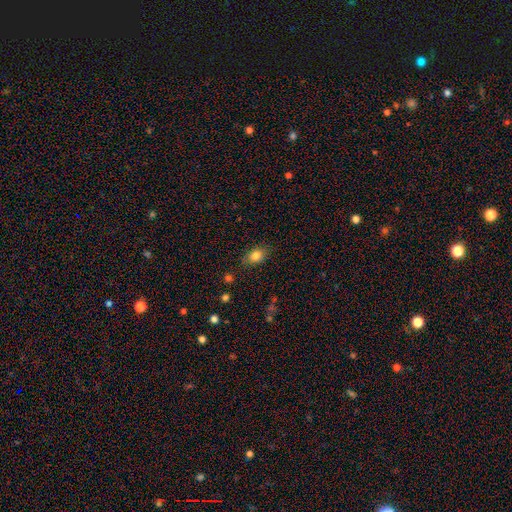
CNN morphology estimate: Q: Smooth or featured?
A: smooth (82%); runner-up: star or artifact (10%)
Q: How rounded?
A: in between (74%); runner-up: round (24%)
Q: Merging?
A: none (80%); runner-up: minor disturbance (15%)